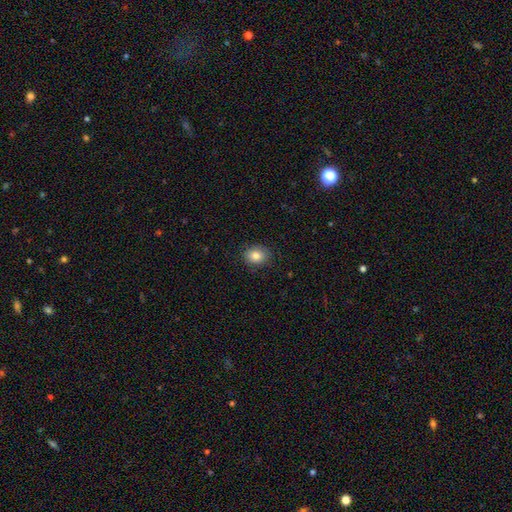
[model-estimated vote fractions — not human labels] Smooth or featured: smooth — 83% (star or artifact — 10%)
How rounded: round — 53% (in between — 46%)
Merging: none — 86% (minor disturbance — 10%)